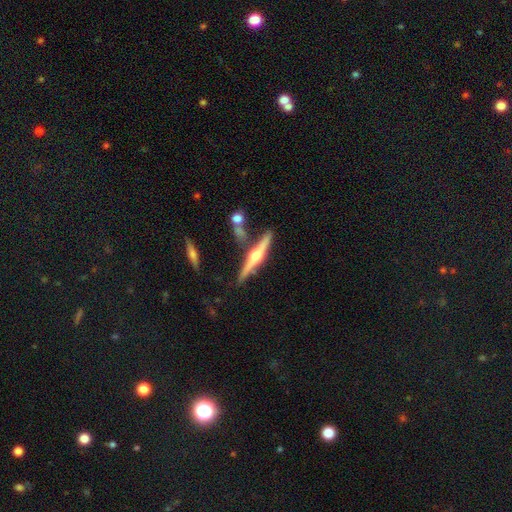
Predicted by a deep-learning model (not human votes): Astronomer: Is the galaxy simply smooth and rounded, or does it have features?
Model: featured or disk — 78%.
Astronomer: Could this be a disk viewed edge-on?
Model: yes — 97%.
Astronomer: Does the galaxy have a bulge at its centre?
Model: rounded — 93%.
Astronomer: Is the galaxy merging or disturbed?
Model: none — 75%.